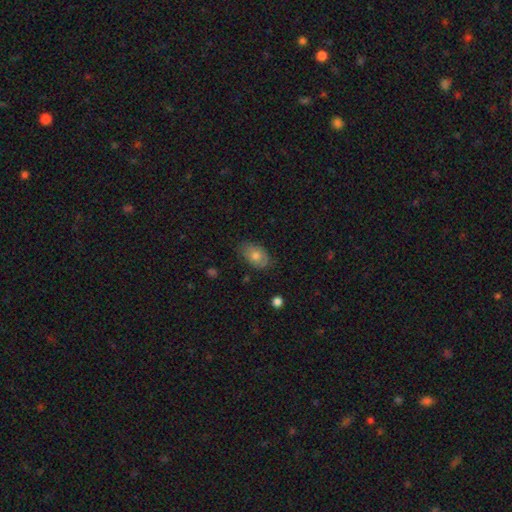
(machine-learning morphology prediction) Q: Smooth or featured?
A: smooth (69%); runner-up: featured or disk (22%)
Q: How rounded?
A: in between (88%); runner-up: round (11%)
Q: Merging?
A: none (76%); runner-up: minor disturbance (19%)